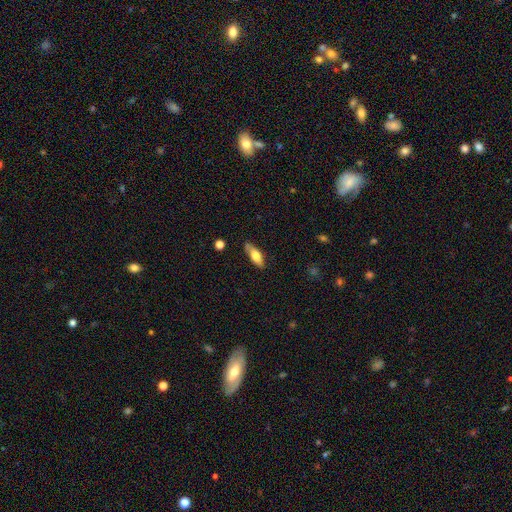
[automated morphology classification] Overall: smooth (65%; featured or disk 29%). How rounded: in between (65%; cigar-shaped 32%). Merging: none (76%).